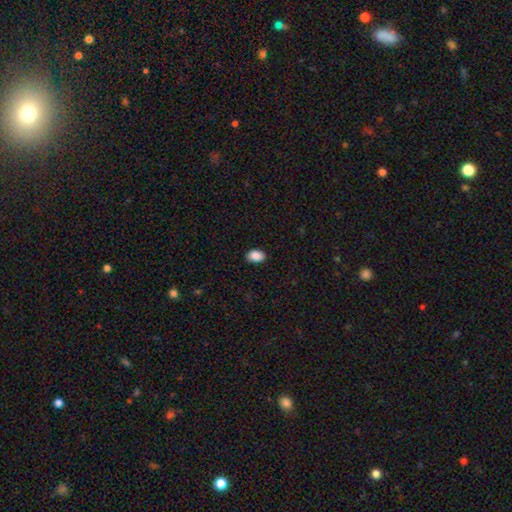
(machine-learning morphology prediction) Smooth or featured?
  - smooth: 89% *
  - star or artifact: 8%
  - featured or disk: 3%
How rounded?
  - in between: 86% *
  - round: 13%
  - cigar-shaped: 1%
Merging?
  - none: 88% *
  - minor disturbance: 9%
  - major disturbance: 2%
  - merger: 1%